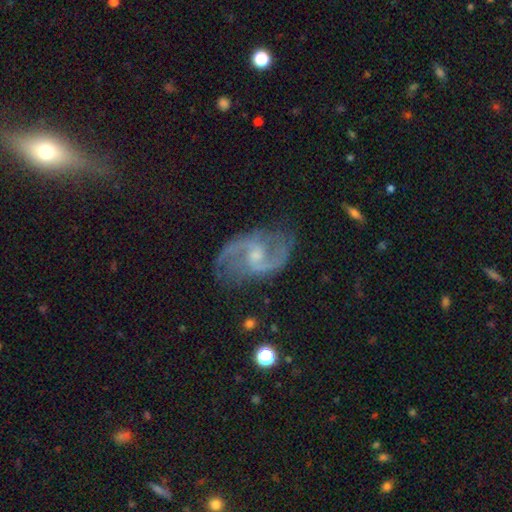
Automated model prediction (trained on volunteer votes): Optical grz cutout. It shows a featured or disk galaxy (89%) with a weak bar (52%), 2 (92%) medium (50%) spiral arms (97%) and a small central bulge (54%). Merging: none (76%).